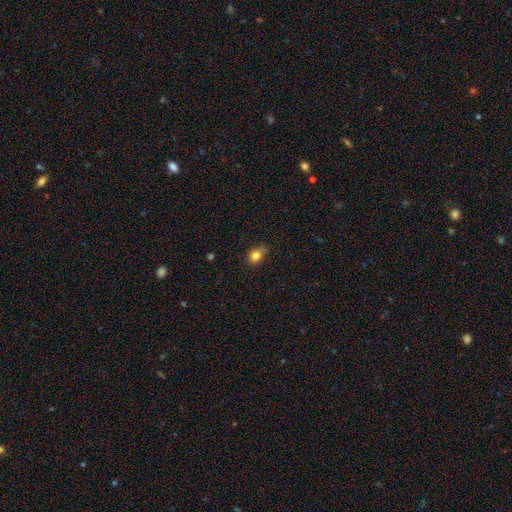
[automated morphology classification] smooth 82%, star or artifact 11%, featured or disk 7%. Down the decision tree: how rounded — round (50%); merging — none (70%).